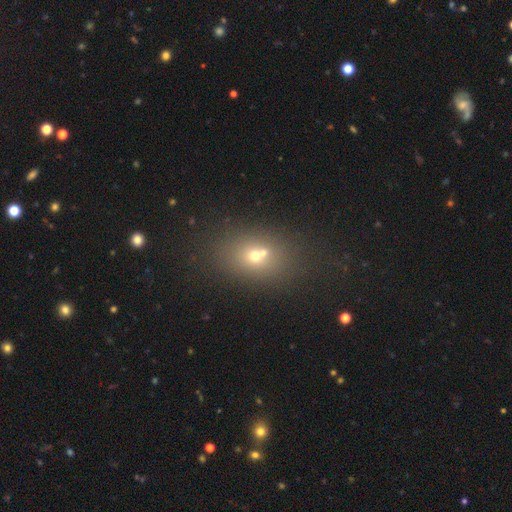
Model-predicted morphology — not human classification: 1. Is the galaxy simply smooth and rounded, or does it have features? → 56% smooth, 22% featured or disk, 22% star or artifact.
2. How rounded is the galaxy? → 61% in between, 37% round, 2% cigar-shaped.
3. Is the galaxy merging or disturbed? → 47% none, 39% merger, 9% minor disturbance, 5% major disturbance.